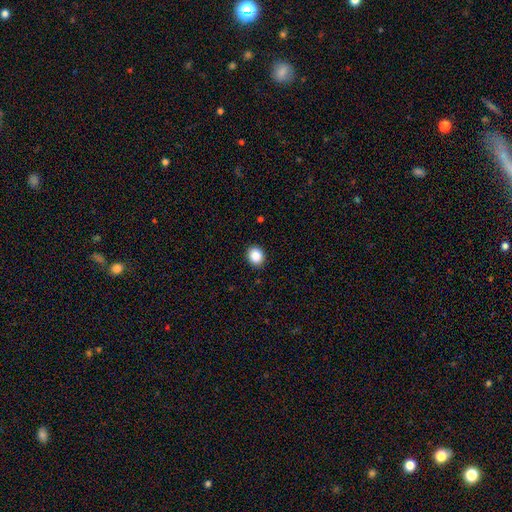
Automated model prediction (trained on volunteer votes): Smooth or featured?
  - smooth: 87% *
  - star or artifact: 9%
  - featured or disk: 4%
How rounded?
  - round: 67% *
  - in between: 32%
  - cigar-shaped: 1%
Merging?
  - none: 90% *
  - minor disturbance: 7%
  - major disturbance: 2%
  - merger: 1%